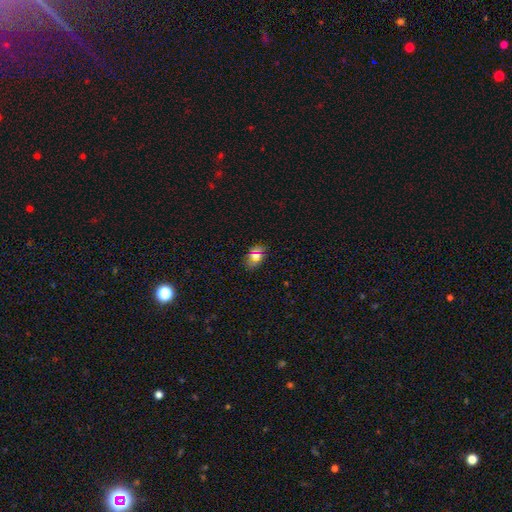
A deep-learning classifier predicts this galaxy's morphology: smooth 61%, star or artifact 25%, featured or disk 14%. Down the decision tree: how rounded — in between (75%); merging — none (86%).